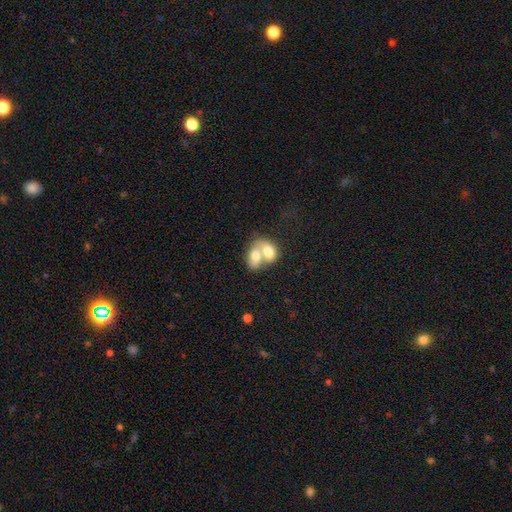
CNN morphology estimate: Smooth or featured?
  - smooth: 69% *
  - featured or disk: 24%
  - star or artifact: 7%
How rounded?
  - in between: 76% *
  - round: 22%
  - cigar-shaped: 2%
Merging?
  - merger: 80% *
  - none: 12%
  - minor disturbance: 5%
  - major disturbance: 3%